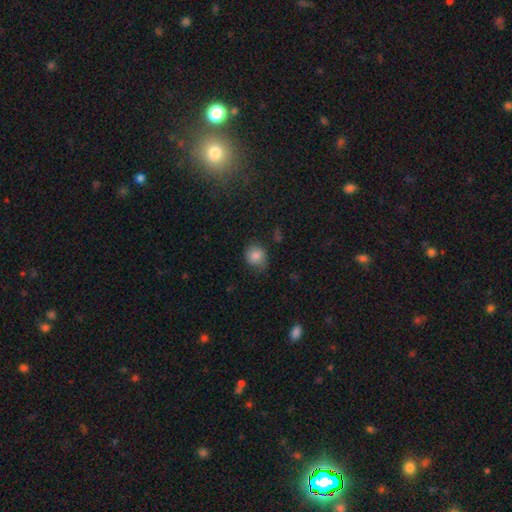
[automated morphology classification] The model was most divided on "merging": none: 66%, minor disturbance: 25%, major disturbance: 7%, merger: 2%. More confident: smooth or featured — smooth (84%); how rounded — round (72%).